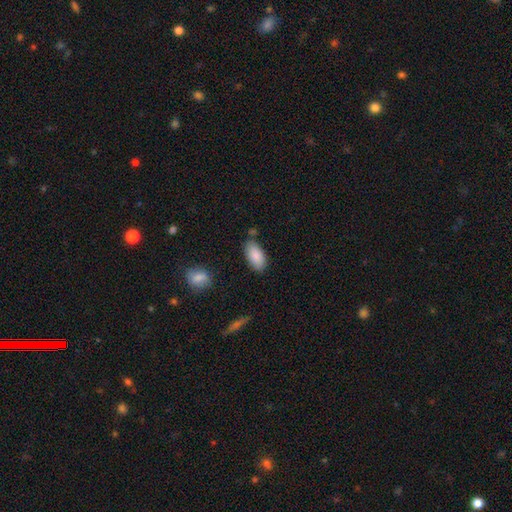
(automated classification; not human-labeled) Q: Smooth or featured?
A: smooth (87%); runner-up: featured or disk (7%)
Q: How rounded?
A: in between (94%); runner-up: cigar-shaped (4%)
Q: Merging?
A: none (76%); runner-up: minor disturbance (16%)